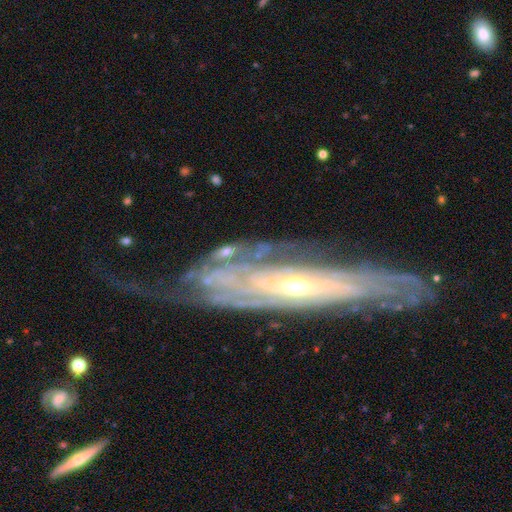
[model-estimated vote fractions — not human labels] Smooth or featured?
  - featured or disk: 86% *
  - smooth: 8%
  - star or artifact: 6%
Edge-on disk?
  - no: 74% *
  - yes: 26%
Bar?
  - no: 60% *
  - weak: 25%
  - strong: 15%
Spiral arms?
  - yes: 91% *
  - no: 9%
Spiral winding?
  - tight: 71% *
  - medium: 22%
  - loose: 7%
Spiral arm count?
  - can't tell: 56% *
  - 2: 14%
  - 3: 9%
  - more than 4: 8%
  - 4: 8%
  - 1: 5%
Bulge size?
  - small: 66% *
  - moderate: 29%
  - large: 2%
  - none: 1%
  - dominant: 1%
Merging?
  - none: 58% *
  - minor disturbance: 22%
  - major disturbance: 17%
  - merger: 3%